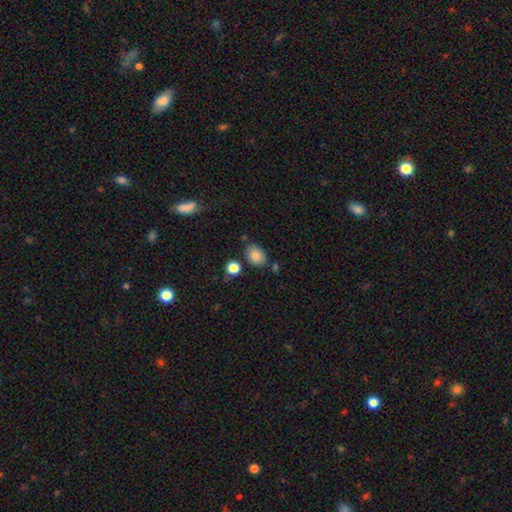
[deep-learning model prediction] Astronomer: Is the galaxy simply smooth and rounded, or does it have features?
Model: smooth — 85%.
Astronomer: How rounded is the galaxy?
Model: in between — 76%.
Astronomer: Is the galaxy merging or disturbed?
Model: none — 74%.